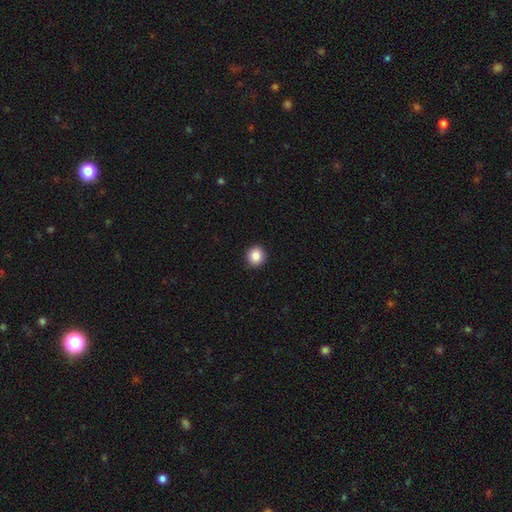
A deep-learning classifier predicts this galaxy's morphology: smooth-or-featured: smooth: 86% | star or artifact: 9% | featured or disk: 5%
  how-rounded: round: 91% | in between: 8% | cigar-shaped: 1%
  merging: none: 92% | minor disturbance: 5% | major disturbance: 2% | merger: 1%